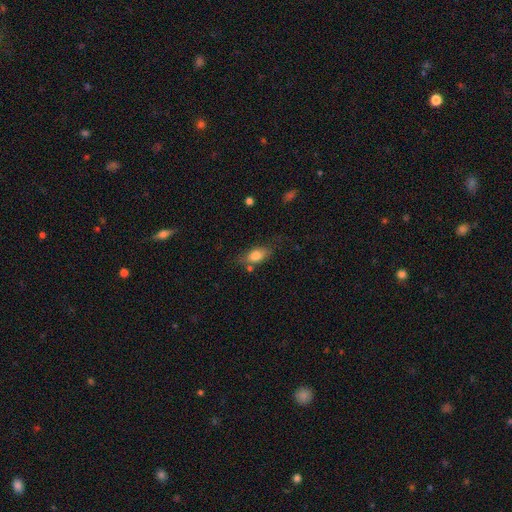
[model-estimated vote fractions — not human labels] smooth_or_featured: smooth (p=0.78) [alt: featured or disk p=0.14]
how_rounded: in between (p=0.82) [alt: cigar-shaped p=0.09]
merging: none (p=0.64) [alt: minor disturbance p=0.22]